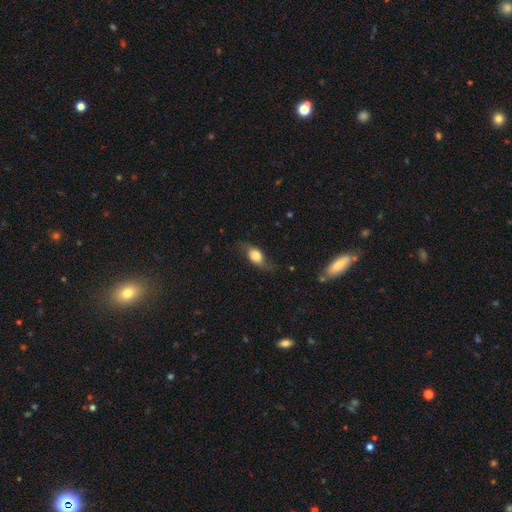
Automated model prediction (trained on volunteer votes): smooth_or_featured: smooth (p=0.60) [alt: featured or disk p=0.31]
how_rounded: in between (p=0.75) [alt: round p=0.17]
merging: none (p=0.64) [alt: minor disturbance p=0.24]